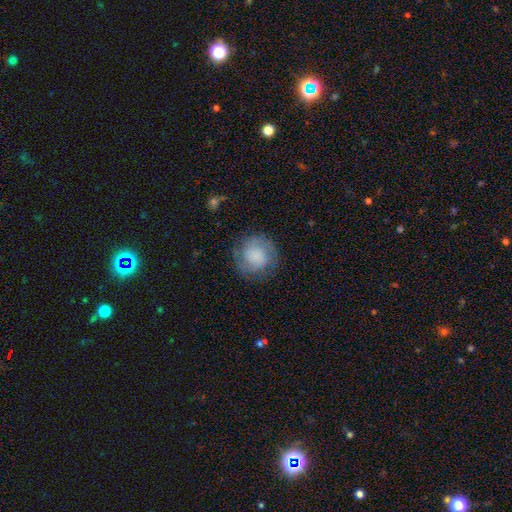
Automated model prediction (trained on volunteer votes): The model was most divided on "smooth or featured": smooth: 50%, featured or disk: 41%, star or artifact: 9%. More confident: how rounded — round (89%); merging — none (79%).